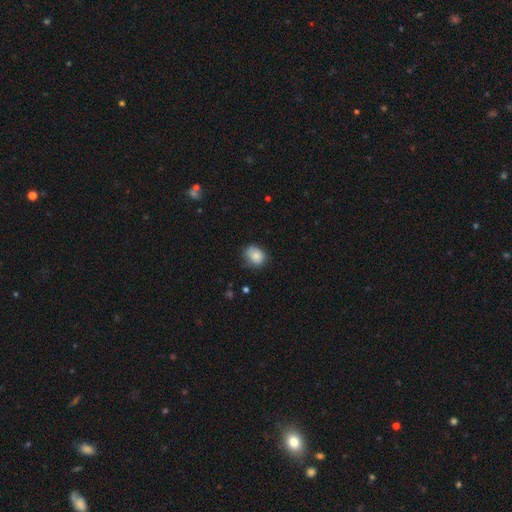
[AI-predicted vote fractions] smooth-or-featured: smooth: 84% | star or artifact: 8% | featured or disk: 8%
  how-rounded: round: 50% | in between: 49% | cigar-shaped: 1%
  merging: none: 67% | minor disturbance: 26% | major disturbance: 5% | merger: 1%